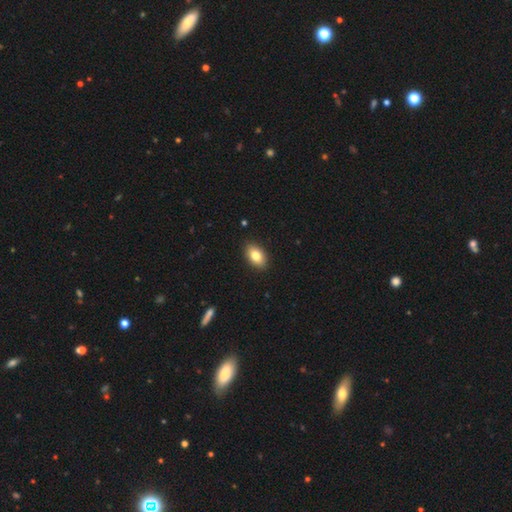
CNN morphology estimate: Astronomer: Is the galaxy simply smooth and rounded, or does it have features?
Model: smooth — 82%.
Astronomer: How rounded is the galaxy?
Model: in between — 90%.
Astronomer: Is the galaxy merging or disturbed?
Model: none — 90%.